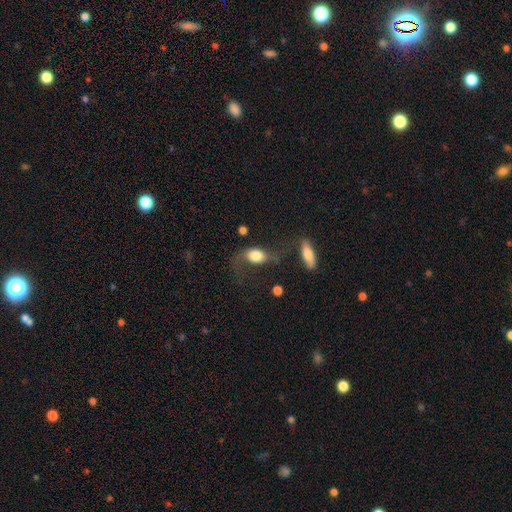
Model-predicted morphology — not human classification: This appears to be a smooth galaxy with no disk features (65%) that is in between round and cigar-shaped (76%). Merging: major disturbance (39%).